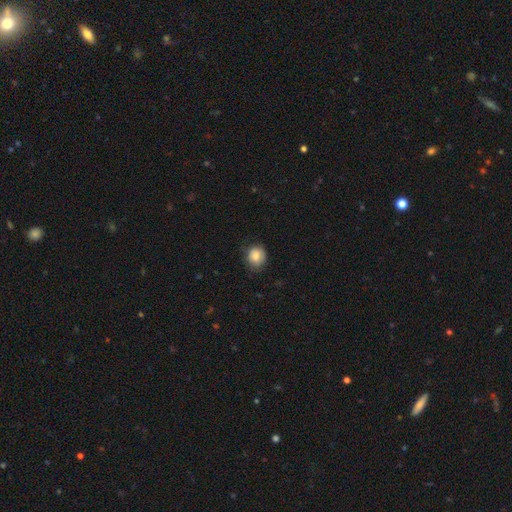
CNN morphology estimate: Smooth or featured: smooth — 80% (featured or disk — 12%)
How rounded: round — 75% (in between — 24%)
Merging: none — 75% (minor disturbance — 19%)